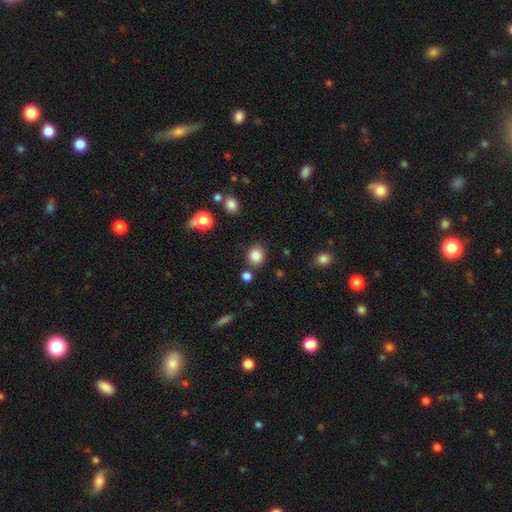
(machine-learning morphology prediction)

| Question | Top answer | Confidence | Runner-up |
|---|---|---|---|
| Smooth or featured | smooth | 85% | star or artifact (10%) |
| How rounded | round | 74% | in between (26%) |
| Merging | none | 81% | minor disturbance (10%) |